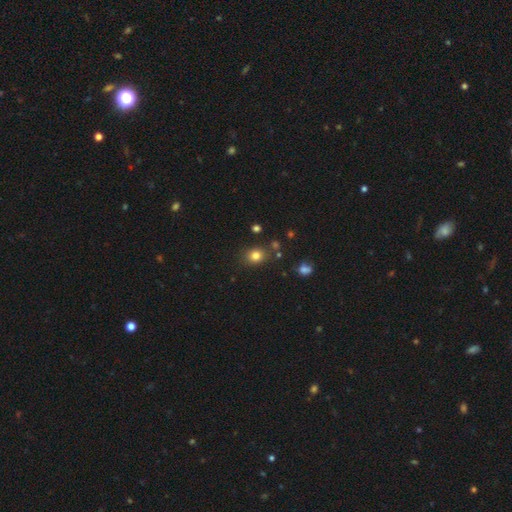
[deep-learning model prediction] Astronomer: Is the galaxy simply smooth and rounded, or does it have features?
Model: smooth — 80%.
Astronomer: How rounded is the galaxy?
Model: round — 62% (runner-up: in between, 37%).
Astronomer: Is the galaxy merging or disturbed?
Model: none — 80%.